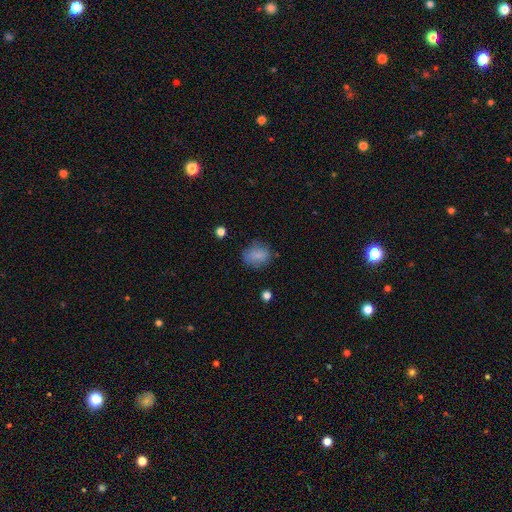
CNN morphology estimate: type=smooth (80%); roundness=in between (51%); merging=none (71%).